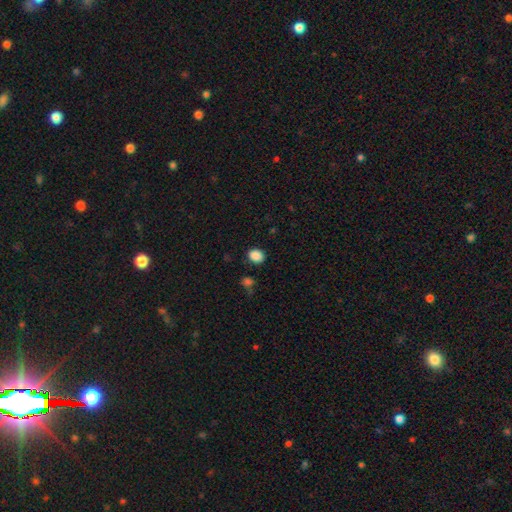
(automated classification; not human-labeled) smooth 87%, star or artifact 10%, featured or disk 3%. Down the decision tree: how rounded — round (63%); merging — none (86%).